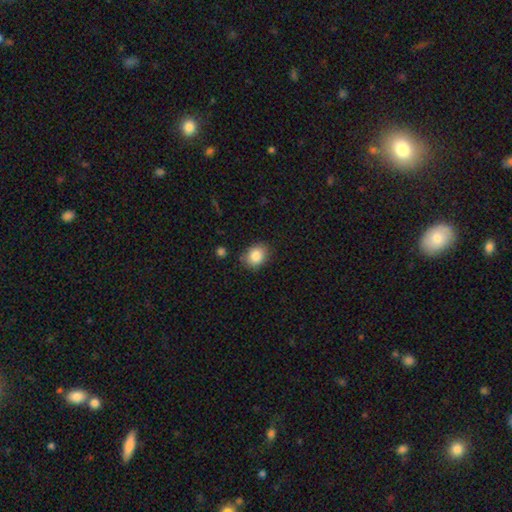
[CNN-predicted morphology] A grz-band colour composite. It shows a smooth galaxy with no disk features (86%) that is in between round and cigar-shaped (54%). Merging: none (81%).